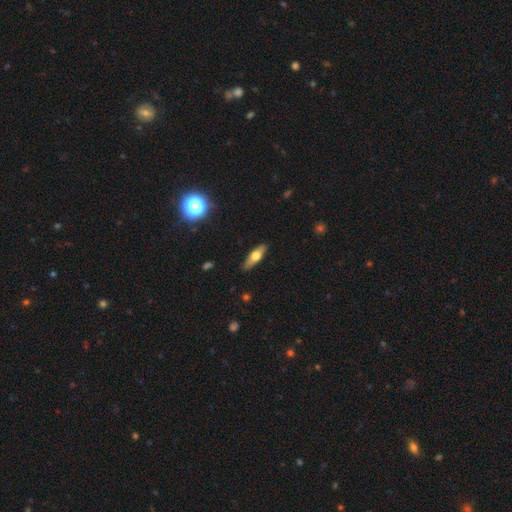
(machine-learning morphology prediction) A smooth galaxy with no disk features (53%) that is cigar-shaped (52%). Merging: none (88%).